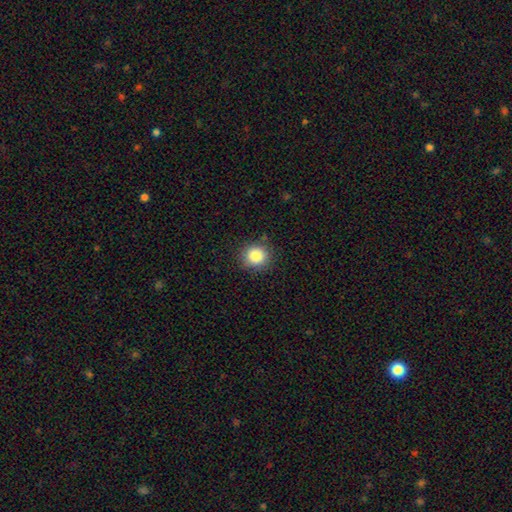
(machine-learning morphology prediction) A smooth galaxy with no disk features (85%) that is round (89%). Merging: none (87%).